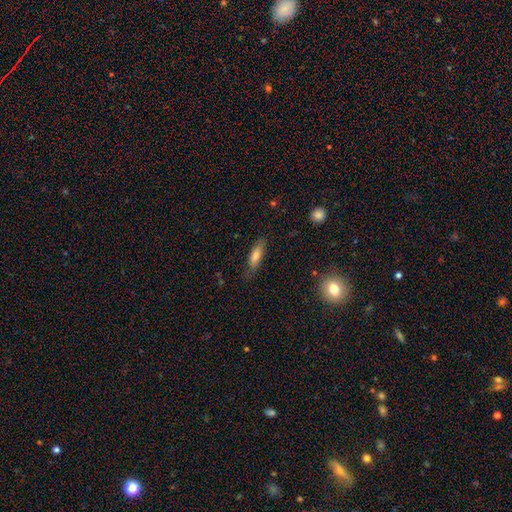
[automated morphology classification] Smooth or featured? smooth (73%)
How rounded? cigar-shaped (52%)
Merging? none (77%)